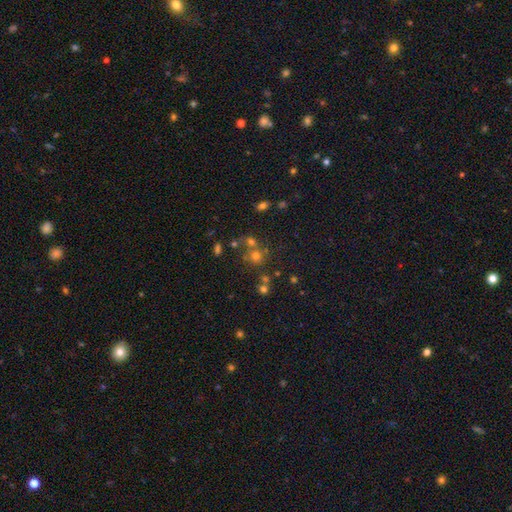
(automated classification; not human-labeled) Smooth or featured?
  - smooth: 57% *
  - star or artifact: 29%
  - featured or disk: 14%
How rounded?
  - round: 85% *
  - in between: 14%
  - cigar-shaped: 1%
Merging?
  - none: 58% *
  - merger: 28%
  - minor disturbance: 9%
  - major disturbance: 5%